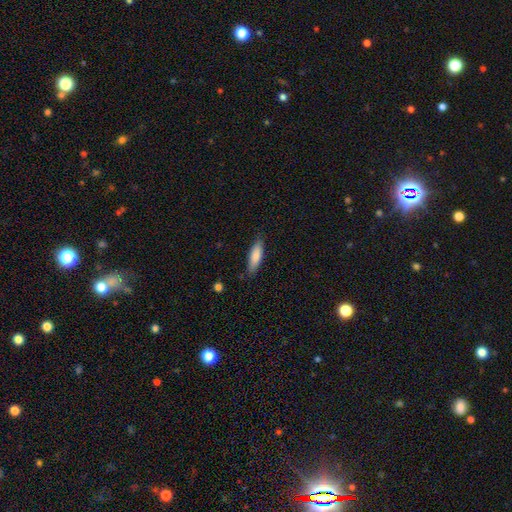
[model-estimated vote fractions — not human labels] smooth_or_featured: smooth (p=0.83) [alt: featured or disk p=0.11]
how_rounded: cigar-shaped (p=0.56) [alt: in between p=0.43]
merging: none (p=0.83) [alt: minor disturbance p=0.13]